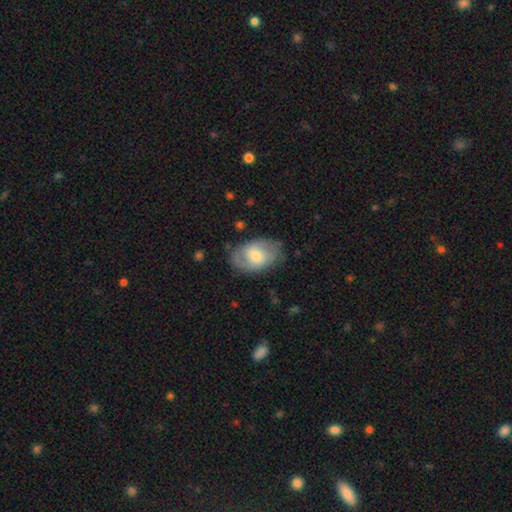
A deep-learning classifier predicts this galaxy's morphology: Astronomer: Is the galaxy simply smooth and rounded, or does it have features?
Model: featured or disk — 49% (runner-up: smooth, 45%).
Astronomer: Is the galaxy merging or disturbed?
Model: none — 70%.